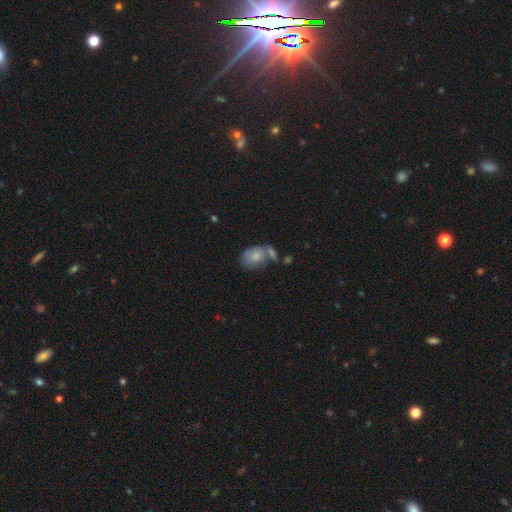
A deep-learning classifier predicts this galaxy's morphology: This appears to be a smooth galaxy with no disk features (78%) that is in between round and cigar-shaped (74%). Merging: none (42%).